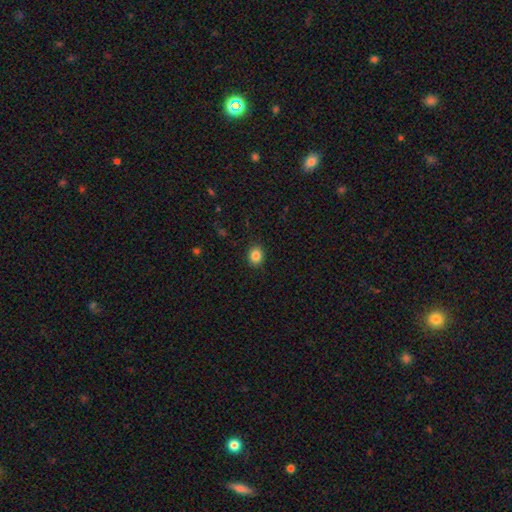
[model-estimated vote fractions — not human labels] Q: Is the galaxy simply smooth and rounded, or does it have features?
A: smooth — 85%.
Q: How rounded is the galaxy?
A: round — 58%.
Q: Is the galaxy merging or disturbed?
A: none — 89%.